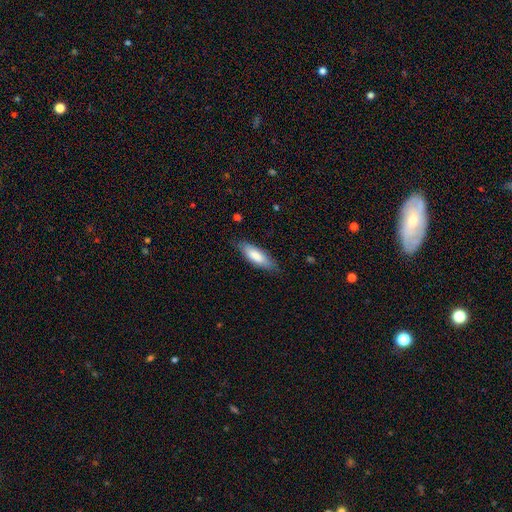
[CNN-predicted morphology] This is likely a smooth galaxy (80%). How rounded: possibly in between (56%). Merging: clearly none (80%).